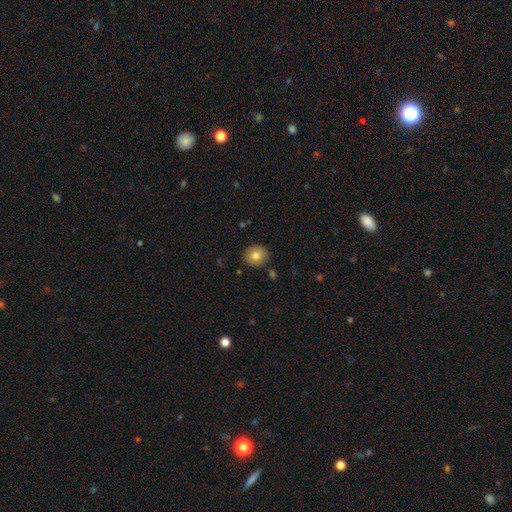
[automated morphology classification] Overall: smooth (79%). How rounded: round (85%). Merging: none (87%).